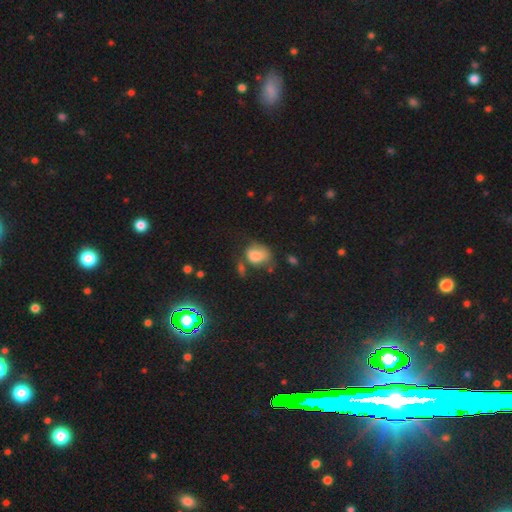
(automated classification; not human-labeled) A smooth galaxy with no disk features (76%) that is in between round and cigar-shaped (60%). Merging: none (35%).